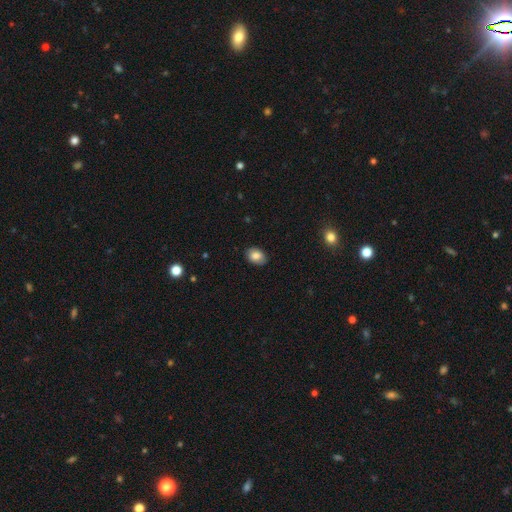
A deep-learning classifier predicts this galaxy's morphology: smooth_or_featured: smooth (p=0.82) [alt: featured or disk p=0.10]
how_rounded: in between (p=0.77) [alt: round p=0.22]
merging: none (p=0.87) [alt: minor disturbance p=0.10]